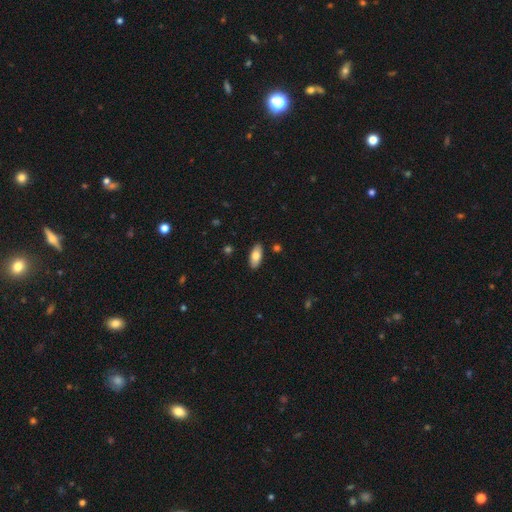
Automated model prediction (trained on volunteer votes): Smooth or featured? Predicted: smooth (p=0.76). How rounded? Predicted: in between (p=0.88). Merging? Predicted: none (p=0.88).